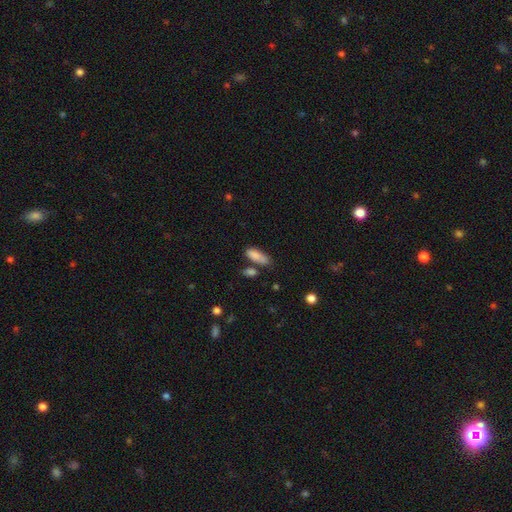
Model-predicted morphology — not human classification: smooth-or-featured: smooth: 85% | star or artifact: 8% | featured or disk: 8%
  how-rounded: in between: 72% | cigar-shaped: 26% | round: 2%
  merging: none: 52% | minor disturbance: 23% | merger: 17% | major disturbance: 8%